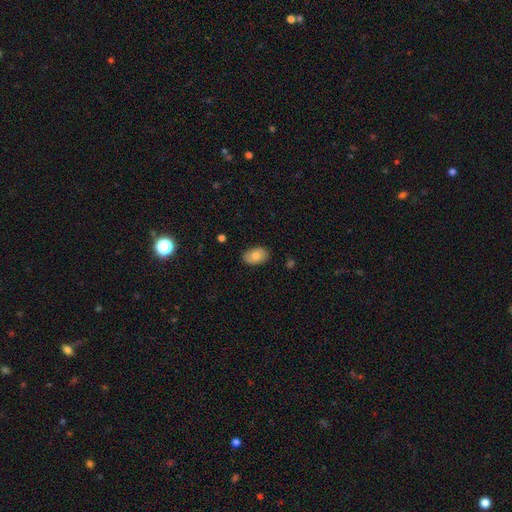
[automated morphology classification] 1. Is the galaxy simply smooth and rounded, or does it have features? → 78% smooth, 15% featured or disk, 7% star or artifact.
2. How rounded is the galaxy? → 89% in between, 10% round, 1% cigar-shaped.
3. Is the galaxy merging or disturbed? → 82% none, 15% minor disturbance, 3% major disturbance, 1% merger.